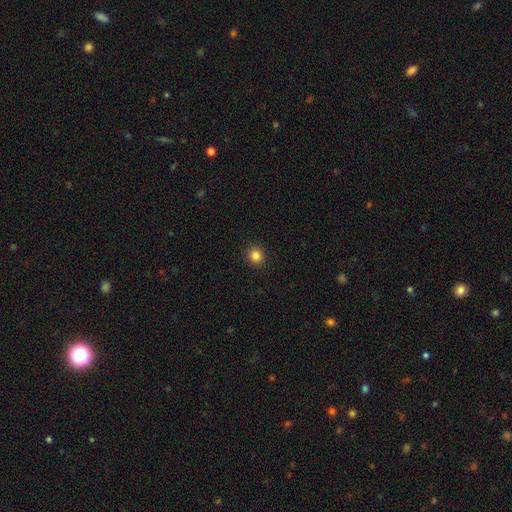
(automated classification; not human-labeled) smooth-or-featured: smooth: 84% | star or artifact: 12% | featured or disk: 4%
  how-rounded: round: 83% | in between: 16% | cigar-shaped: 1%
  merging: none: 92% | minor disturbance: 5% | major disturbance: 2% | merger: 1%